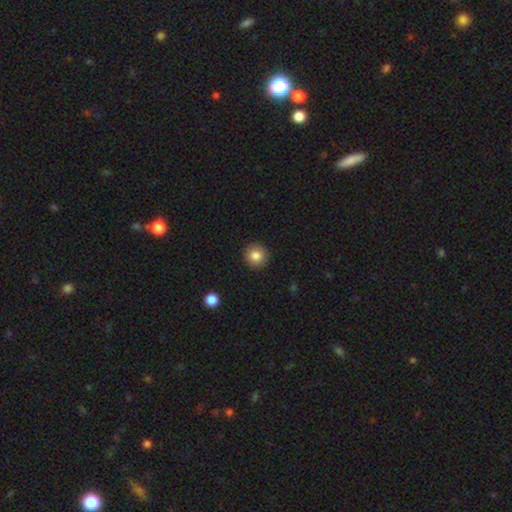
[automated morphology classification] This is clearly a smooth galaxy (84%). How rounded: clearly round (94%). Merging: clearly none (92%).